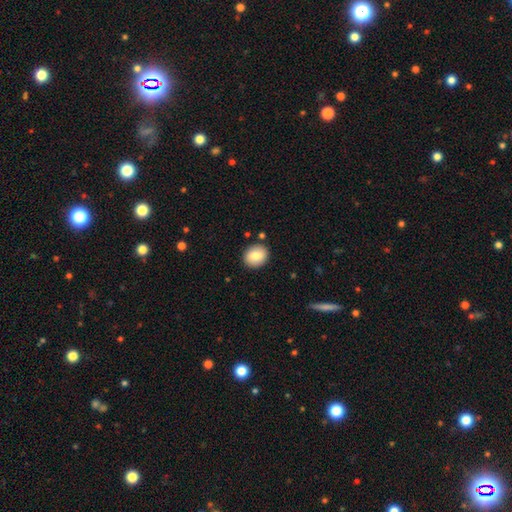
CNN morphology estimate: Q: Smooth or featured?
A: smooth (79%); runner-up: featured or disk (13%)
Q: How rounded?
A: round (70%); runner-up: in between (29%)
Q: Merging?
A: none (88%); runner-up: minor disturbance (8%)